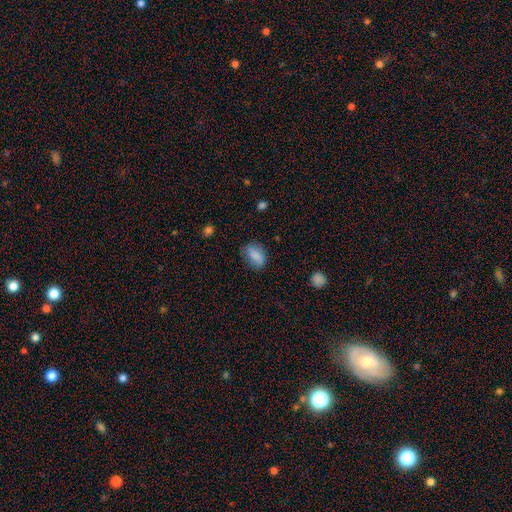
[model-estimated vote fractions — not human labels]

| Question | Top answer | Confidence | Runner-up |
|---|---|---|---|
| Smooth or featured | smooth | 81% | featured or disk (10%) |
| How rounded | in between | 82% | round (14%) |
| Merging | none | 69% | minor disturbance (23%) |